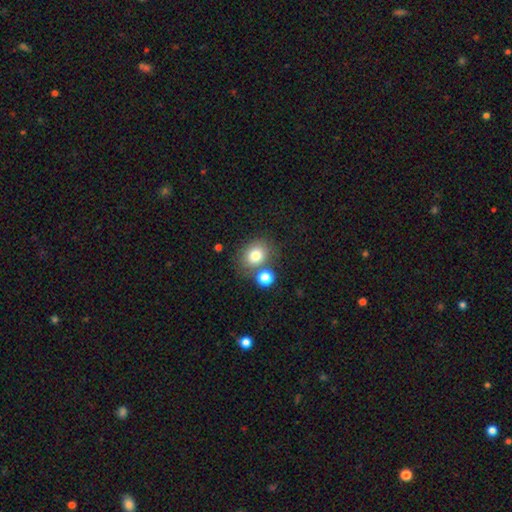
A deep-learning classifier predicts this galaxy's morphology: smooth 79%, star or artifact 11%, featured or disk 10%. Down the decision tree: how rounded — round (62%); merging — none (66%).